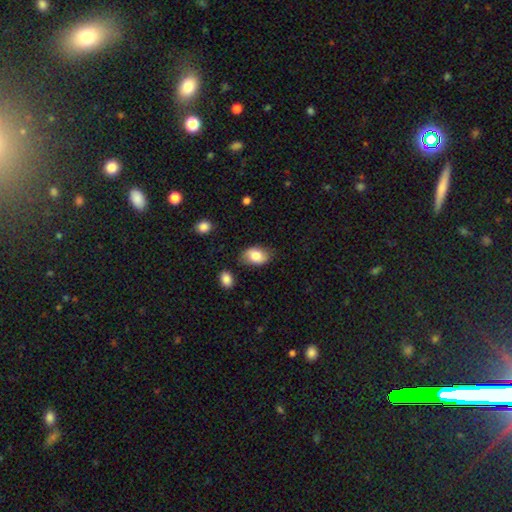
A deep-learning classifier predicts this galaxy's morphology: A smooth galaxy with no disk features (79%) that is in between round and cigar-shaped (87%).

Vote fractions:
- Smooth or featured? smooth: 79% / featured or disk: 14% / star or artifact: 7%
- How rounded? in between: 87% / round: 11% / cigar-shaped: 1%
- Merging? none: 75% / minor disturbance: 18% / major disturbance: 4% / merger: 3%